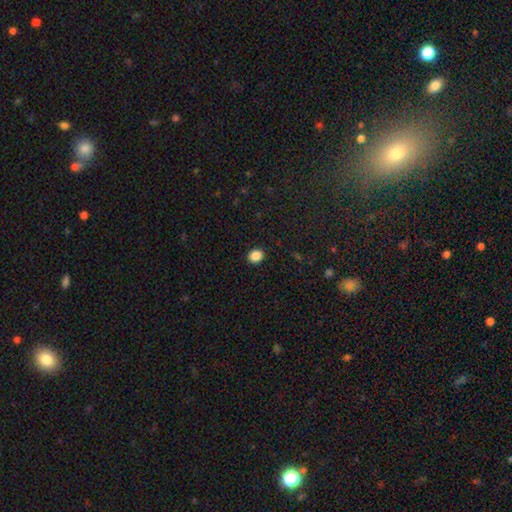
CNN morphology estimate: Overall: smooth (86%). How rounded: round (63%; in between 36%). Merging: none (92%).